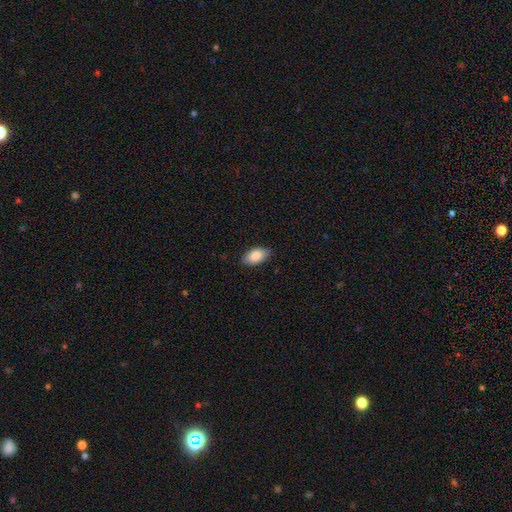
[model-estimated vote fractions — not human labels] Q: Smooth or featured?
A: smooth (87%); runner-up: featured or disk (7%)
Q: How rounded?
A: in between (95%); runner-up: round (3%)
Q: Merging?
A: none (86%); runner-up: minor disturbance (11%)